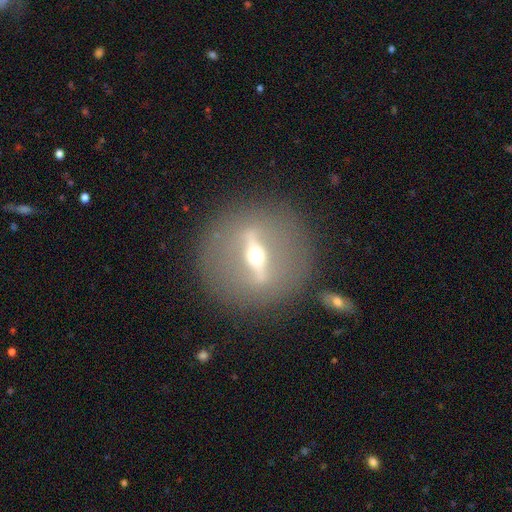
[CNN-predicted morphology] A featured or disk galaxy (82%) viewed edge-on (54%). Merging: none (86%).